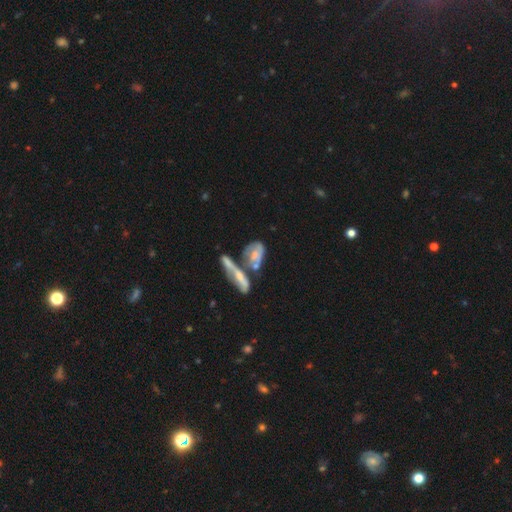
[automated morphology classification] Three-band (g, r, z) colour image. It shows a featured or disk galaxy (48%). Merging: merger (54%).